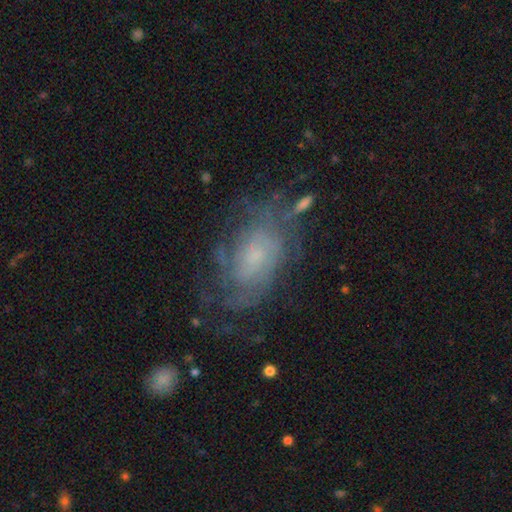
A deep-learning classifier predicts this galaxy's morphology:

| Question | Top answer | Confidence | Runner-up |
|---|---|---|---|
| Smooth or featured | featured or disk | 69% | smooth (21%) |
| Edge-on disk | no | 95% | yes (5%) |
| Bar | no | 70% | weak (26%) |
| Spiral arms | yes | 81% | no (19%) |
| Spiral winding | tight | 53% | medium (33%) |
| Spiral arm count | can't tell | 58% | 2 (15%) |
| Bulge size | small | 52% | moderate (28%) |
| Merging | none | 62% | minor disturbance (21%) |